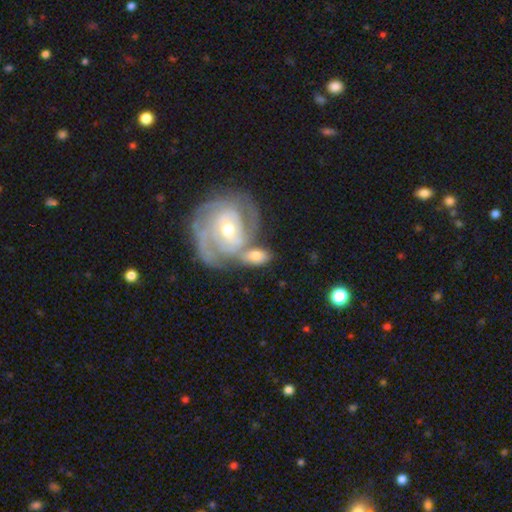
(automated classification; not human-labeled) featured or disk 51%, smooth 43%, star or artifact 6%. Down the decision tree: edge-on disk — no (94%); merging — merger (44%).